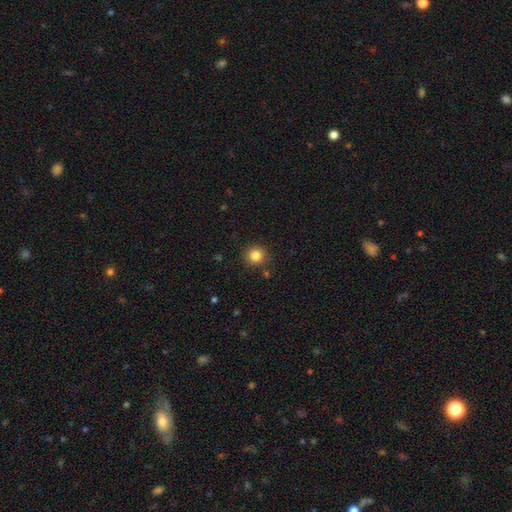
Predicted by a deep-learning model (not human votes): smooth 83%, star or artifact 12%, featured or disk 5%. Down the decision tree: how rounded — round (93%); merging — none (89%).